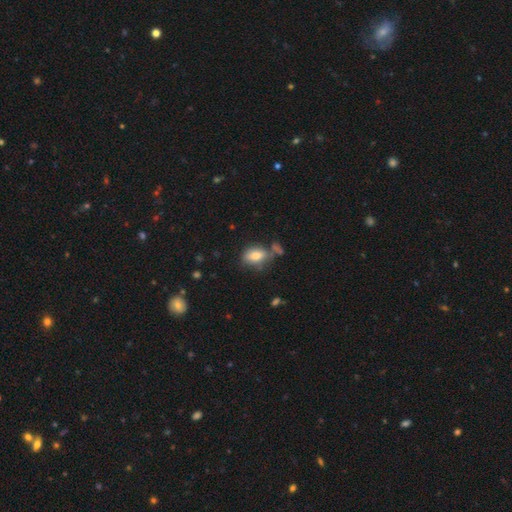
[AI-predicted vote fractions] This is likely a smooth galaxy (76%). How rounded: likely in between (80%). Merging: likely none (60%).